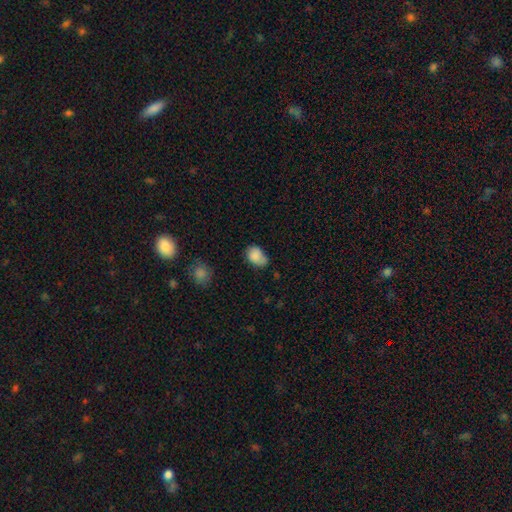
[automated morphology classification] type=smooth (85%); roundness=in between (75%); merging=none (48%).